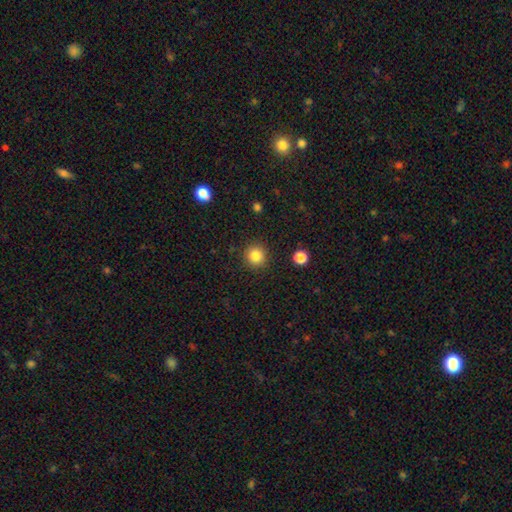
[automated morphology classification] A smooth galaxy with no disk features (84%) that is round (93%).

Vote fractions:
- Smooth or featured? smooth: 84% / star or artifact: 11% / featured or disk: 5%
- How rounded? round: 93% / in between: 6% / cigar-shaped: 1%
- Merging? none: 90% / minor disturbance: 6% / major disturbance: 2% / merger: 1%